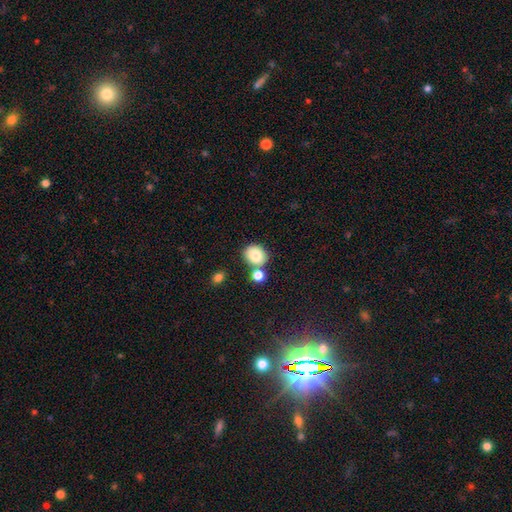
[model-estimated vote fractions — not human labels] Morphology: type=smooth (82%); roundness=round (64%); merging=none (62%).